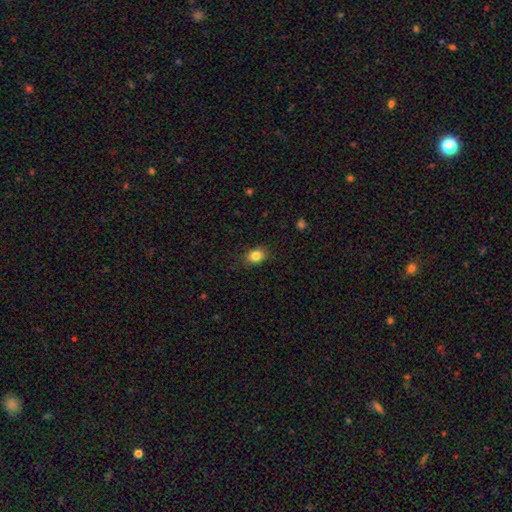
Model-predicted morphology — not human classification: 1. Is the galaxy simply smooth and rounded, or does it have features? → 84% smooth, 10% star or artifact, 6% featured or disk.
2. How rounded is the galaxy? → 61% in between, 38% round, 1% cigar-shaped.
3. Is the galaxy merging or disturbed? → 85% none, 11% minor disturbance, 3% major disturbance, 1% merger.